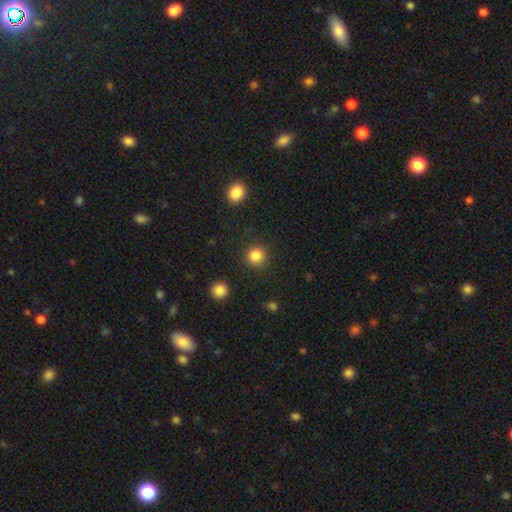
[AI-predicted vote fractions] smooth-or-featured: smooth: 86% | star or artifact: 10% | featured or disk: 4%
  how-rounded: round: 94% | in between: 6% | cigar-shaped: 1%
  merging: none: 90% | minor disturbance: 6% | major disturbance: 2% | merger: 2%